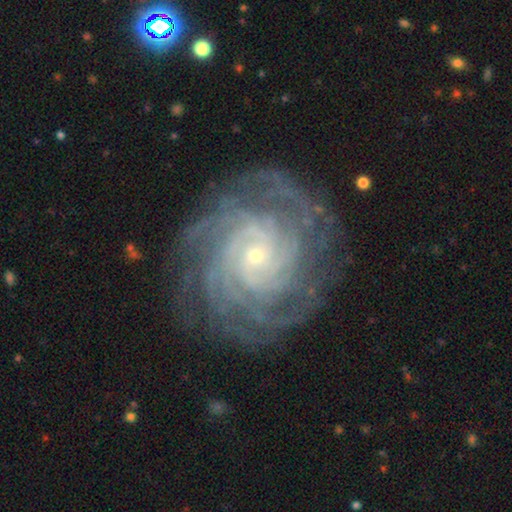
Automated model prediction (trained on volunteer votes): Smooth or featured: featured or disk — 90% (star or artifact — 5%)
Edge-on disk: no — 98% (yes — 2%)
Bar: no — 72% (weak — 21%)
Spiral arms: yes — 98% (no — 2%)
Spiral winding: tight — 81% (medium — 16%)
Spiral arm count: more than 4 — 29% (4 — 23%)
Bulge size: small — 84% (moderate — 12%)
Merging: none — 82% (minor disturbance — 12%)